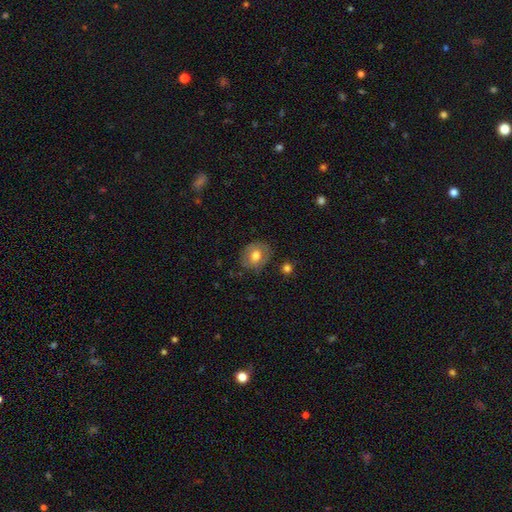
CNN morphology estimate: type=smooth (67%); roundness=round (61%); merging=none (80%).